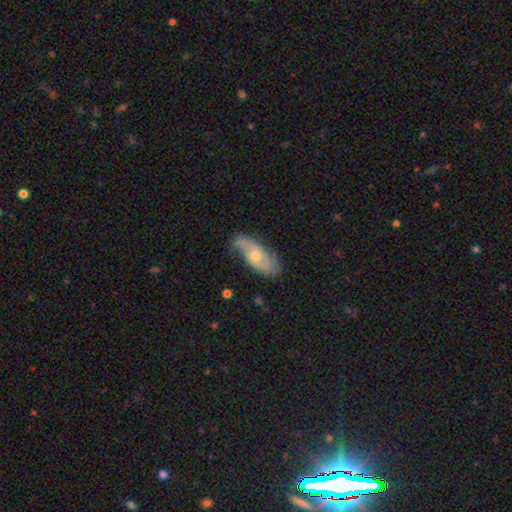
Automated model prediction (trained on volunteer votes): The model was most divided on "bulge size": small: 52%, moderate: 41%, none: 4%, large: 3%, dominant: 1%. More confident: edge-on disk — no (90%); spiral arms — yes (87%); bar — no (66%); smooth or featured — featured or disk (61%); merging — none (59%).